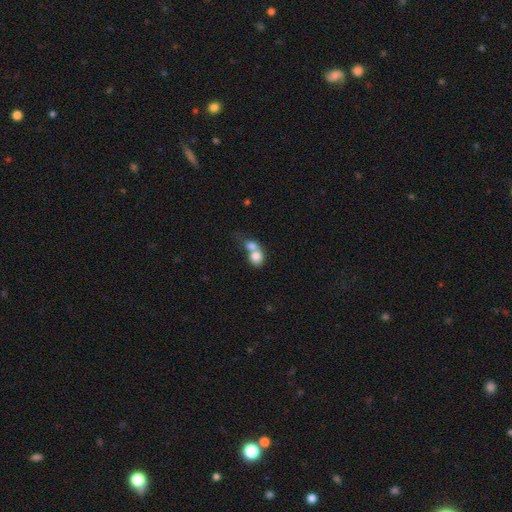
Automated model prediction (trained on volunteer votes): smooth-or-featured: smooth: 77% | featured or disk: 15% | star or artifact: 8%
  how-rounded: round: 63% | in between: 36% | cigar-shaped: 1%
  merging: merger: 72% | none: 19% | minor disturbance: 5% | major disturbance: 4%